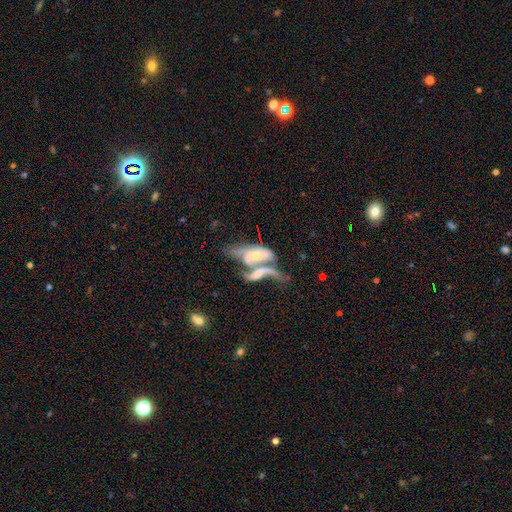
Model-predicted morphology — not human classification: smooth-or-featured: featured or disk: 64% | smooth: 29% | star or artifact: 7%
  disk-edge-on: no: 88% | yes: 12%
    bar: no: 67% | weak: 24% | strong: 9%
    has-spiral-arms: yes: 65% | no: 35%
    bulge-size: small: 51% | moderate: 36% | none: 9% | large: 4% | dominant: 2%
  merging: merger: 71% | major disturbance: 13% | none: 9% | minor disturbance: 6%